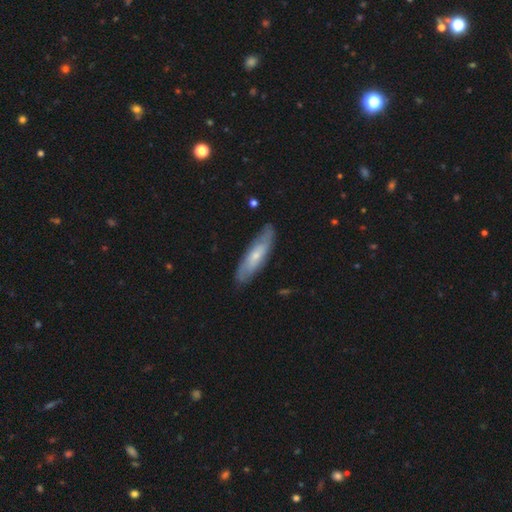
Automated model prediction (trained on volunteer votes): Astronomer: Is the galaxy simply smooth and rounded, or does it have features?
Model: featured or disk — 51% (runner-up: smooth, 43%).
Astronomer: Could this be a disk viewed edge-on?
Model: no — 60% (runner-up: yes, 40%).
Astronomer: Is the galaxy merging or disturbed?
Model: none — 82%.